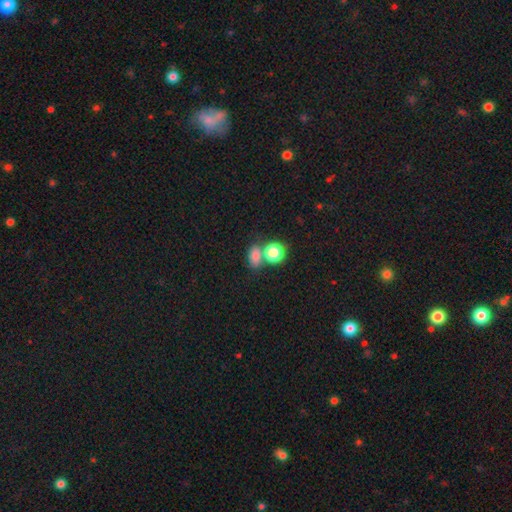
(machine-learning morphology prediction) Overall: smooth (78%). How rounded: in between (65%; round 33%). Merging: none (47%; merger 37%).